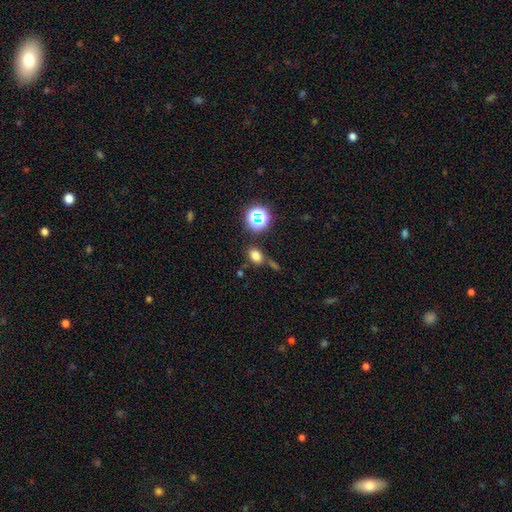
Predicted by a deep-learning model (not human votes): smooth 73%, star or artifact 20%, featured or disk 7%. Down the decision tree: how rounded — in between (63%); merging — none (68%).